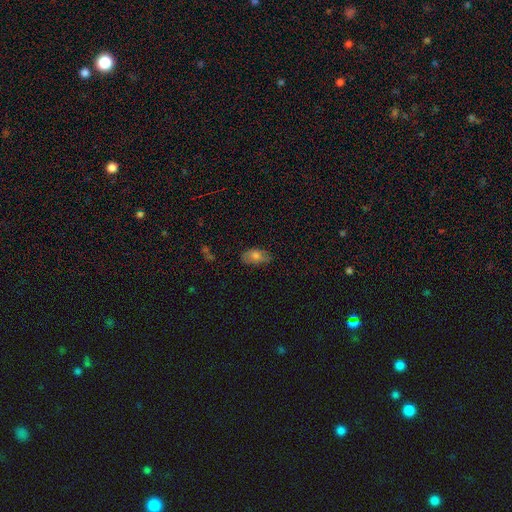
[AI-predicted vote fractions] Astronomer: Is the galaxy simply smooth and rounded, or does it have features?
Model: smooth — 70%.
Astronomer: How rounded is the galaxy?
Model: in between — 89%.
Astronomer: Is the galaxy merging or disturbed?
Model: none — 68%.